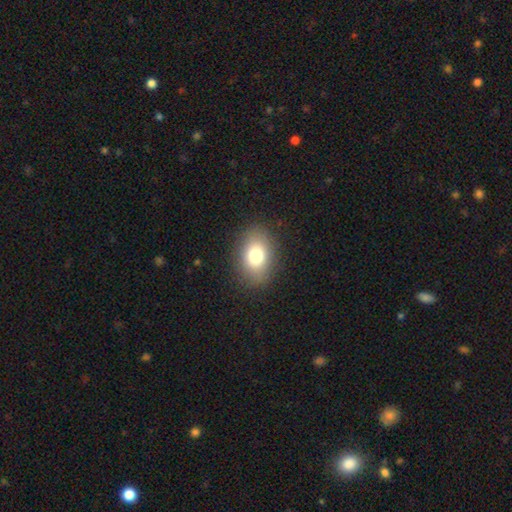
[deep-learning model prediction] Smooth or featured? Predicted: smooth (p=0.78). How rounded? Predicted: in between (p=0.76). Merging? Predicted: none (p=0.87).